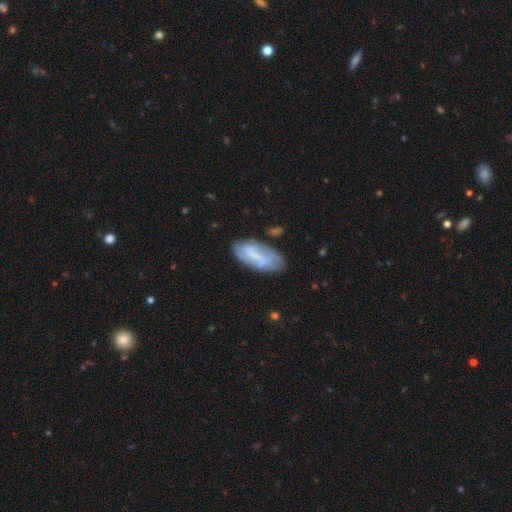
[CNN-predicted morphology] smooth-or-featured: featured or disk: 58% | smooth: 35% | star or artifact: 7%
  disk-edge-on: no: 93% | yes: 7%
    bar: weak: 42% | strong: 36% | no: 21%
    has-spiral-arms: yes: 76% | no: 24%
    bulge-size: none: 40% | small: 36% | moderate: 19% | large: 3% | dominant: 1%
  merging: none: 67% | minor disturbance: 22% | major disturbance: 7% | merger: 3%